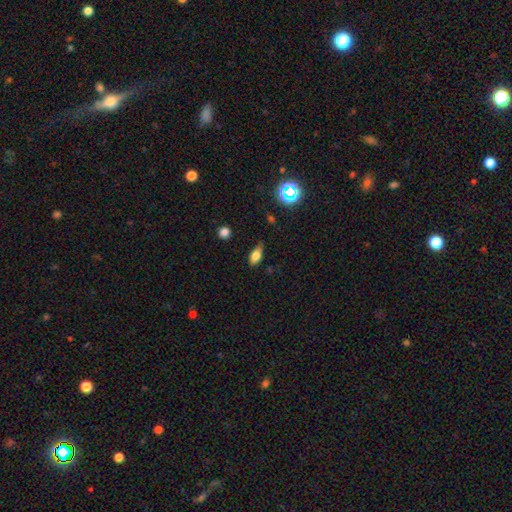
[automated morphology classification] smooth-or-featured: smooth: 72% | featured or disk: 17% | star or artifact: 11%
  how-rounded: in between: 82% | cigar-shaped: 12% | round: 7%
  merging: none: 68% | minor disturbance: 25% | major disturbance: 5% | merger: 2%